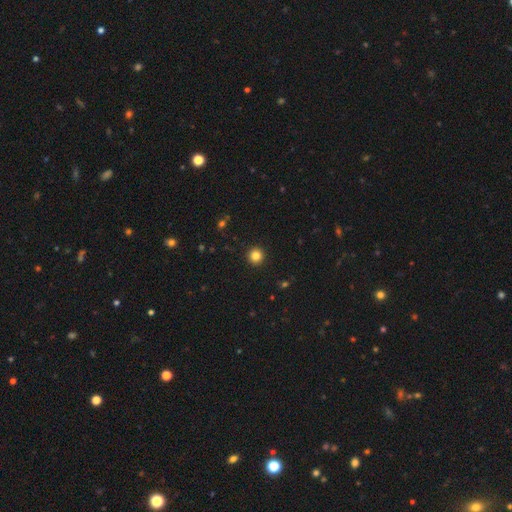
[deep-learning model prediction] Smooth or featured?
  - smooth: 83% *
  - star or artifact: 12%
  - featured or disk: 4%
How rounded?
  - round: 95% *
  - in between: 4%
  - cigar-shaped: 1%
Merging?
  - none: 93% *
  - minor disturbance: 4%
  - major disturbance: 1%
  - merger: 1%